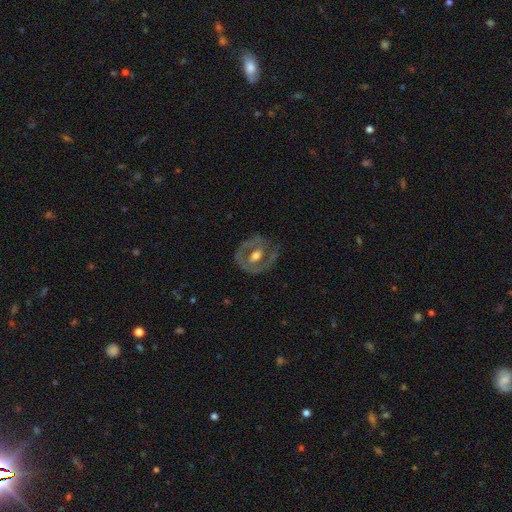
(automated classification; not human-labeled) Smooth or featured?
  - featured or disk: 69% *
  - smooth: 25%
  - star or artifact: 6%
Edge-on disk?
  - no: 95% *
  - yes: 5%
Bar?
  - no: 51% *
  - weak: 33%
  - strong: 16%
Spiral arms?
  - no: 60% *
  - yes: 40%
Bulge size?
  - moderate: 67% *
  - large: 18%
  - small: 12%
  - none: 2%
  - dominant: 1%
Merging?
  - none: 63% *
  - minor disturbance: 21%
  - major disturbance: 14%
  - merger: 2%